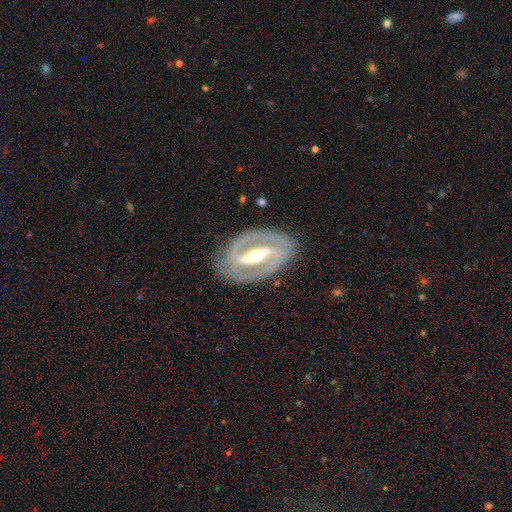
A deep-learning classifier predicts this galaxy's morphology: Smooth or featured? Predicted: featured or disk (p=0.89). Edge-on disk? Predicted: no (p=0.94). Bar? Predicted: strong (p=0.69). Spiral arms? Predicted: yes (p=0.87). Spiral winding? Predicted: tight (p=0.47). Spiral arm count? Predicted: 2 (p=0.89). Bulge size? Predicted: moderate (p=0.65). Merging? Predicted: none (p=0.85).